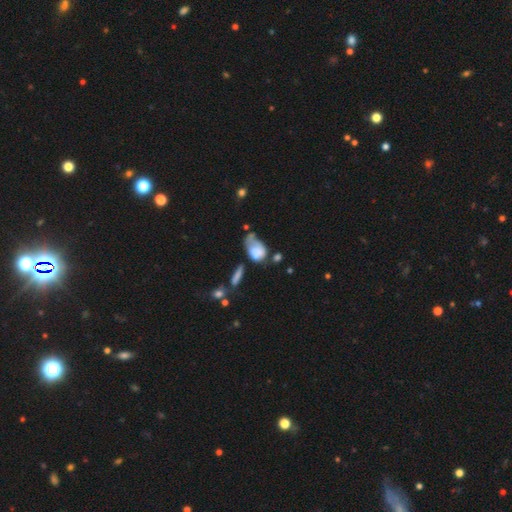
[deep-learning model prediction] smooth_or_featured: smooth (p=0.68) [alt: featured or disk p=0.23]
how_rounded: in between (p=0.82) [alt: round p=0.16]
merging: major disturbance (p=0.31) [alt: minor disturbance p=0.28]